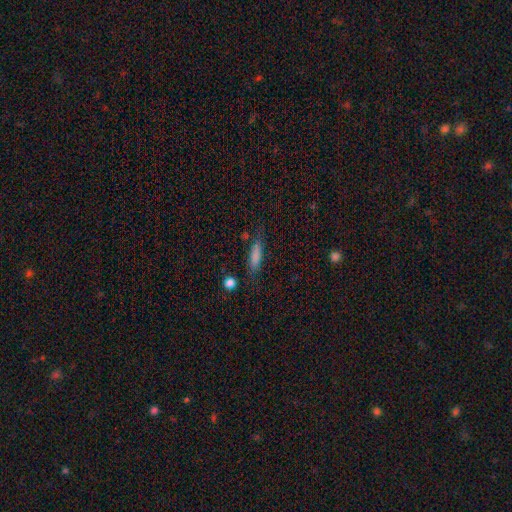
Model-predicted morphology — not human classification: A smooth galaxy with no disk features (79%) that is cigar-shaped (58%). Merging: none (69%).